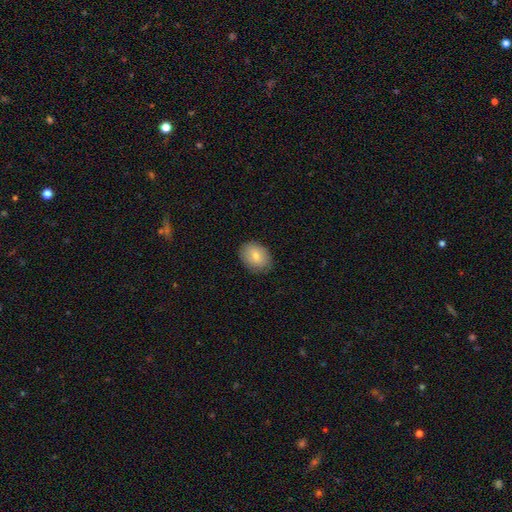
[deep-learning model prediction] smooth-or-featured: smooth: 74% | featured or disk: 17% | star or artifact: 8%
  how-rounded: in between: 71% | round: 28% | cigar-shaped: 1%
  merging: none: 85% | minor disturbance: 12% | major disturbance: 3% | merger: 1%